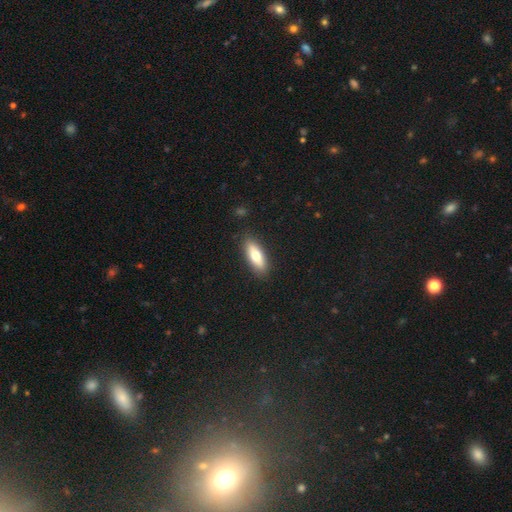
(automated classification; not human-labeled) smooth_or_featured: smooth (p=0.70) [alt: featured or disk p=0.24]
how_rounded: in between (p=0.64) [alt: cigar-shaped p=0.34]
merging: none (p=0.88) [alt: minor disturbance p=0.09]